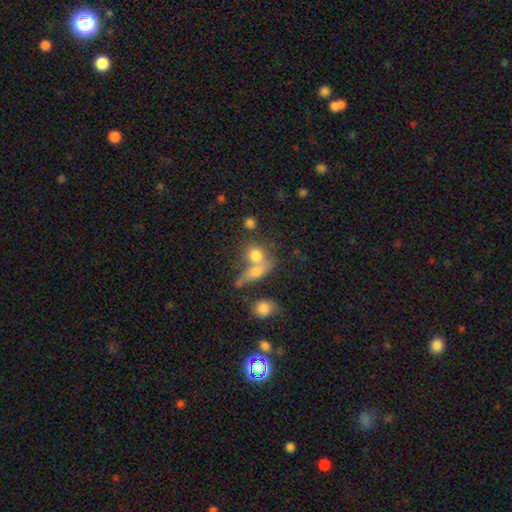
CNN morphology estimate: smooth-or-featured: smooth: 74% | featured or disk: 15% | star or artifact: 11%
  how-rounded: round: 55% | in between: 39% | cigar-shaped: 6%
  merging: merger: 50% | none: 34% | minor disturbance: 9% | major disturbance: 7%